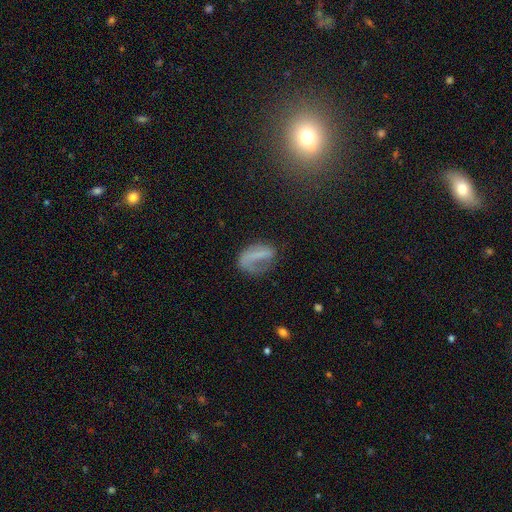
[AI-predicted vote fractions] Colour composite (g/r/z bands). It shows a smooth galaxy with no disk features (44%). Merging: none (41%).